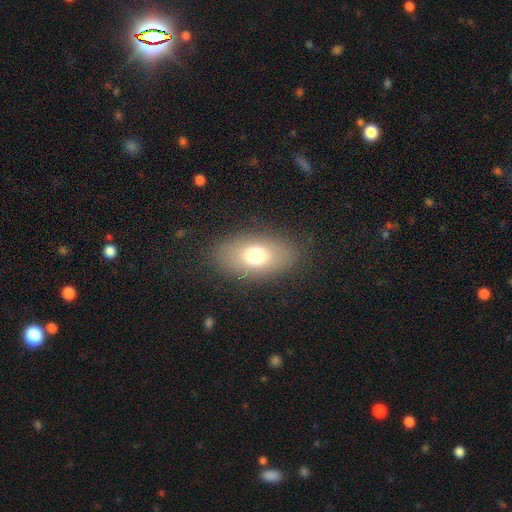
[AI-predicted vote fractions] Smooth or featured? Predicted: smooth (p=0.72). How rounded? Predicted: in between (p=0.89). Merging? Predicted: none (p=0.84).